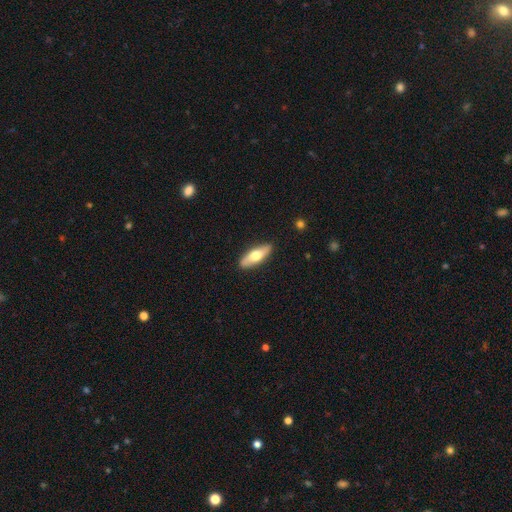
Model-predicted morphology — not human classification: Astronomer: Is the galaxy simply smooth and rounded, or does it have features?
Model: smooth — 59% (runner-up: featured or disk, 36%).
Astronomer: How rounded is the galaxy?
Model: in between — 62%.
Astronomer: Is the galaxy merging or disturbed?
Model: none — 88%.